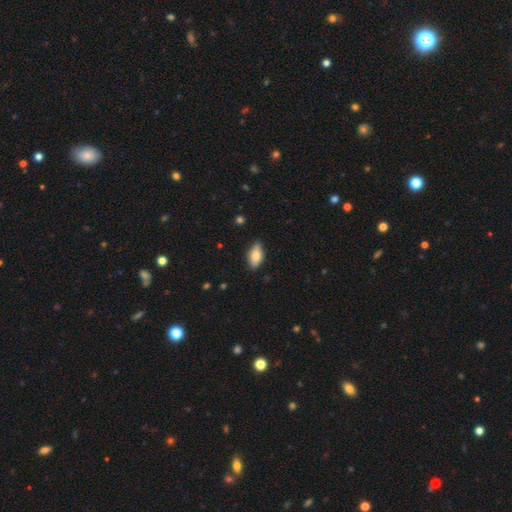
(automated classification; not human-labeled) smooth-or-featured: smooth: 79% | featured or disk: 14% | star or artifact: 6%
  how-rounded: in between: 91% | cigar-shaped: 6% | round: 3%
  merging: none: 85% | minor disturbance: 12% | major disturbance: 2% | merger: 1%